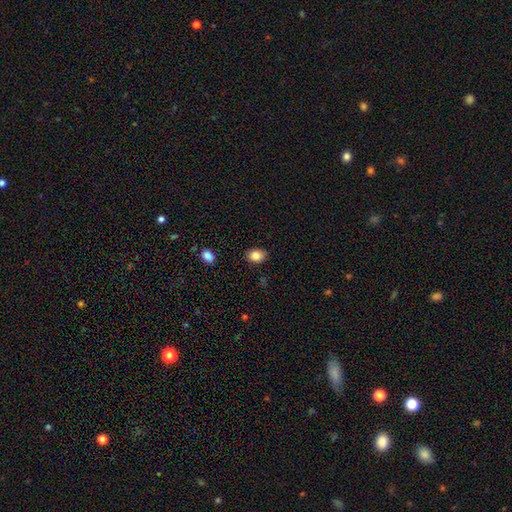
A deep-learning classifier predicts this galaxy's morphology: A smooth galaxy with no disk features (86%) that is in between round and cigar-shaped (71%). Merging: none (85%).